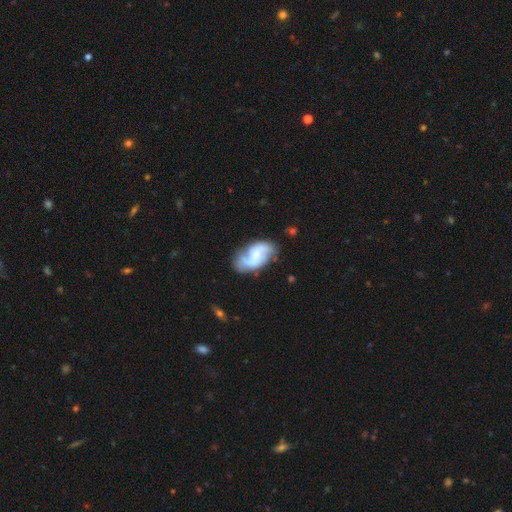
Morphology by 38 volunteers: A featured or disk galaxy (84%) with no bar (42%), 2 (96%) medium (75%) spiral arms (90%) and a small central bulge (55%).

Vote fractions:
- Smooth or featured? featured or disk: 84% / smooth: 11% / star or artifact: 5%
- Edge-on disk? no: 97% / yes: 3%
- Bar? no: 42% / weak: 35% / strong: 23%
- Spiral arms? yes: 90% / no: 10%
- Spiral winding? medium: 75% / loose: 18% / tight: 7%
- Spiral arm count? 2: 96% / can't tell: 4% / 1: 0% / 3: 0% / 4: 0% / more than 4: 0%
- Bulge size? small: 55% / moderate: 29% / none: 13% / large: 3% / dominant: 0%
- Merging? none: 81% / minor disturbance: 17% / major disturbance: 3% / merger: 0%